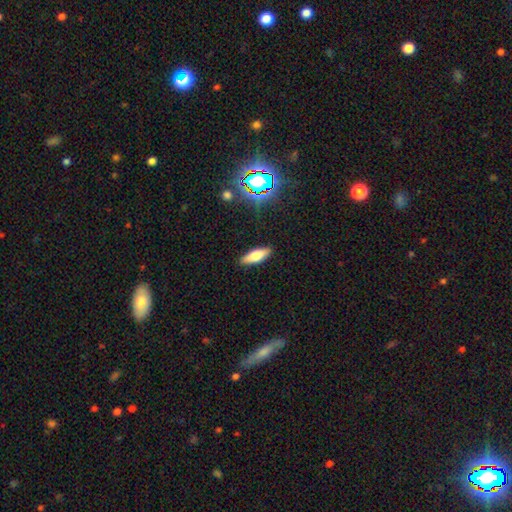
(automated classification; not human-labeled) The model was most divided on "how rounded": in between: 50%, cigar-shaped: 47%, round: 2%. More confident: merging — none (89%); smooth or featured — smooth (64%).